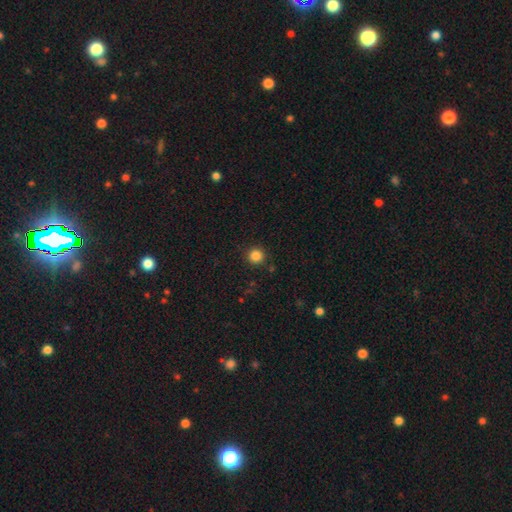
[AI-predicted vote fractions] Smooth or featured? Predicted: smooth (p=0.85). How rounded? Predicted: round (p=0.95). Merging? Predicted: none (p=0.91).